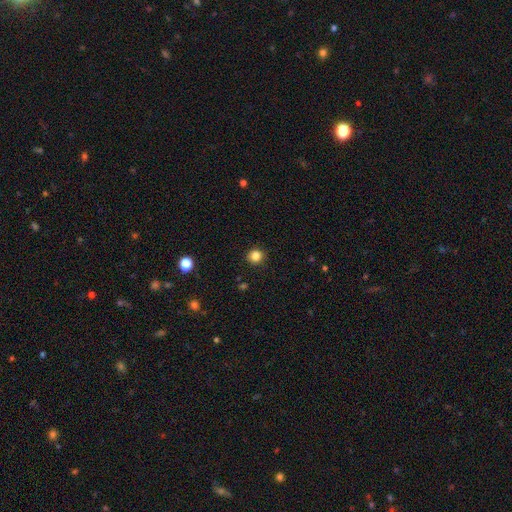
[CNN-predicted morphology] Smooth or featured: smooth — 84% (star or artifact — 12%)
How rounded: round — 91% (in between — 8%)
Merging: none — 91% (minor disturbance — 6%)